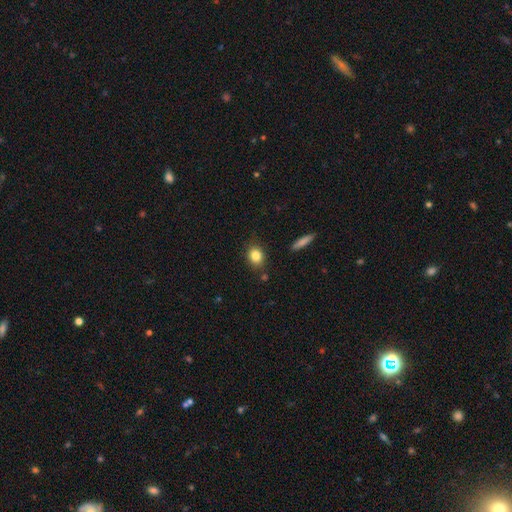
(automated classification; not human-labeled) Morphology: type=smooth (84%); roundness=round (51%); merging=none (83%).